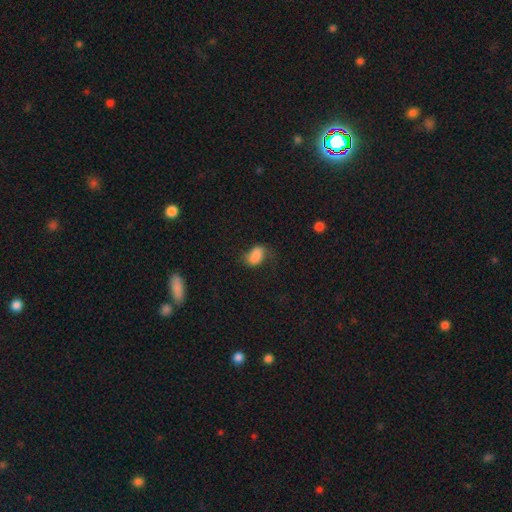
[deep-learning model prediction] Smooth or featured? Predicted: smooth (p=0.82). How rounded? Predicted: in between (p=0.87). Merging? Predicted: none (p=0.54).